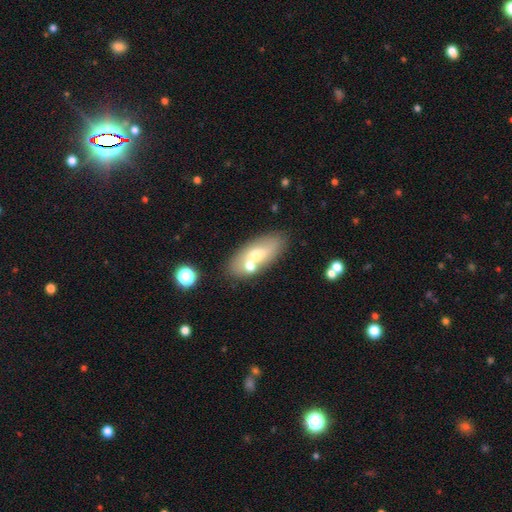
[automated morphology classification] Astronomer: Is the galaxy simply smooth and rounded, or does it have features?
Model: smooth — 57% (runner-up: featured or disk, 33%).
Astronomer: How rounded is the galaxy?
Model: in between — 82%.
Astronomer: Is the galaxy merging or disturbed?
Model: none — 60%.